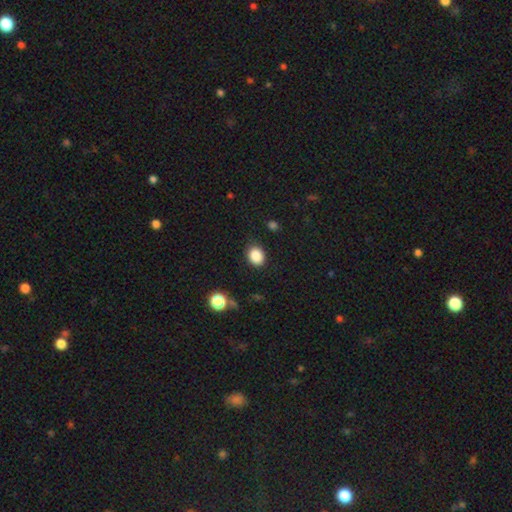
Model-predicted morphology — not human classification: smooth 86%, star or artifact 10%, featured or disk 4%. Down the decision tree: how rounded — in between (52%); merging — none (85%).